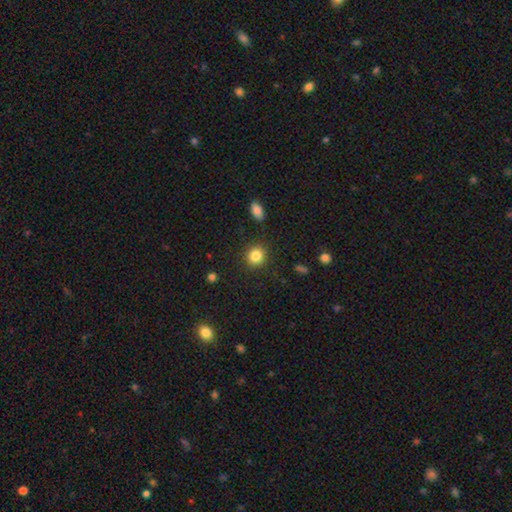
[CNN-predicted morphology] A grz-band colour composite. It shows a smooth galaxy with no disk features (85%) that is round (84%). Merging: none (88%).